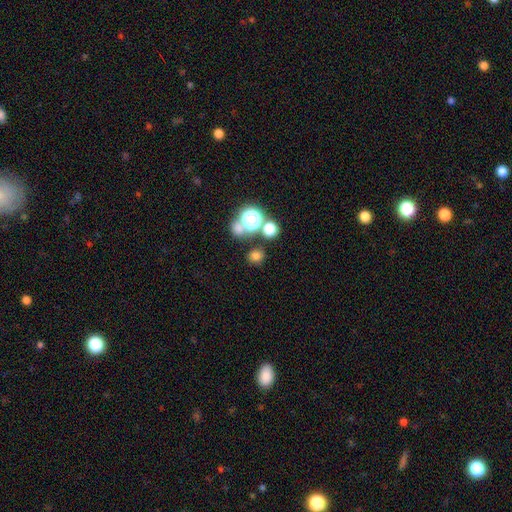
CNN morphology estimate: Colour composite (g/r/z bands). It shows a smooth galaxy with no disk features (72%) that is round (78%). Merging: none (75%).